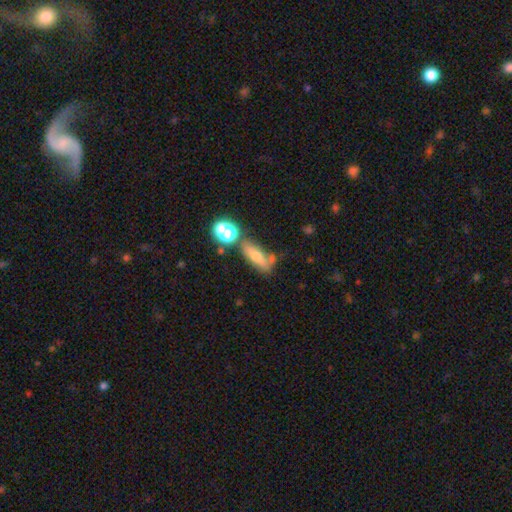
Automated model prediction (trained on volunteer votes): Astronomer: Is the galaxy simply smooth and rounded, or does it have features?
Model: smooth — 55%.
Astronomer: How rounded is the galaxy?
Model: in between — 47% (runner-up: cigar-shaped, 42%).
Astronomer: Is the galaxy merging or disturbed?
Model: none — 51%.